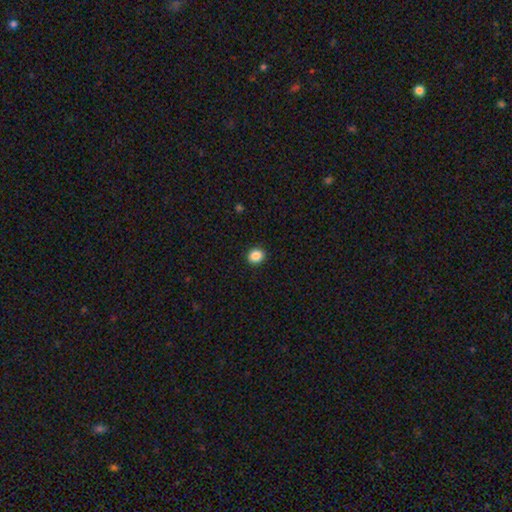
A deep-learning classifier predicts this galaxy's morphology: Overall: smooth (87%). How rounded: round (75%). Merging: none (92%).